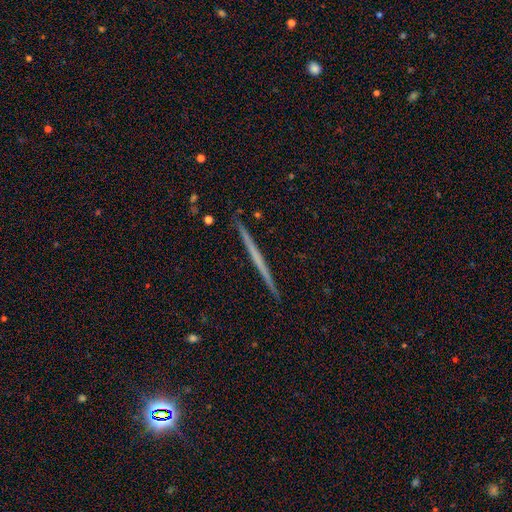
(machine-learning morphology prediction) Smooth or featured? featured or disk (58%)
Edge-on disk? yes (98%)
Edge-on bulge? none (91%)
Merging? none (93%)